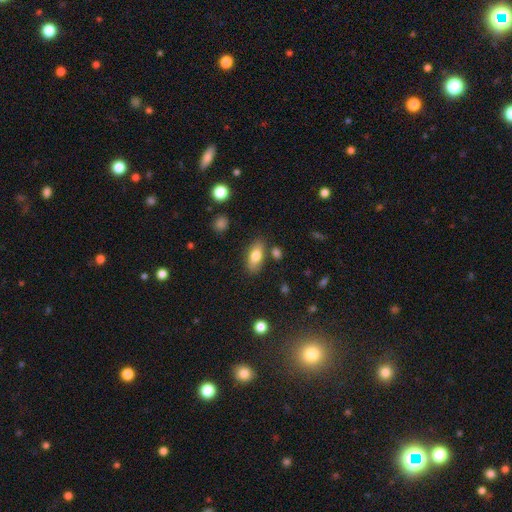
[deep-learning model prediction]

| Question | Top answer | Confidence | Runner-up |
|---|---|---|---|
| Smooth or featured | smooth | 78% | featured or disk (15%) |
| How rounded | in between | 84% | cigar-shaped (13%) |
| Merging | none | 79% | minor disturbance (13%) |